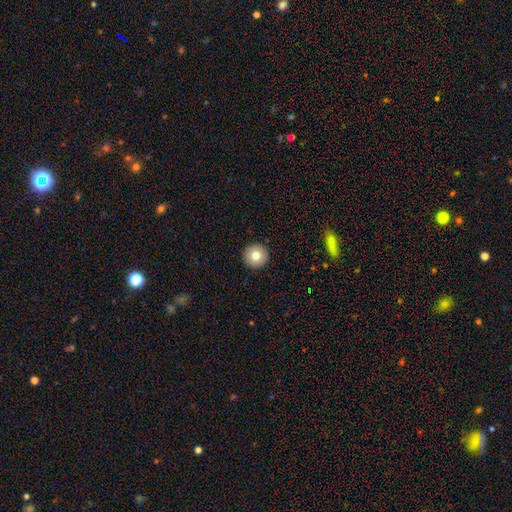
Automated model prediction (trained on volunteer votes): smooth 79%, featured or disk 12%, star or artifact 9%. Down the decision tree: how rounded — round (96%); merging — none (94%).